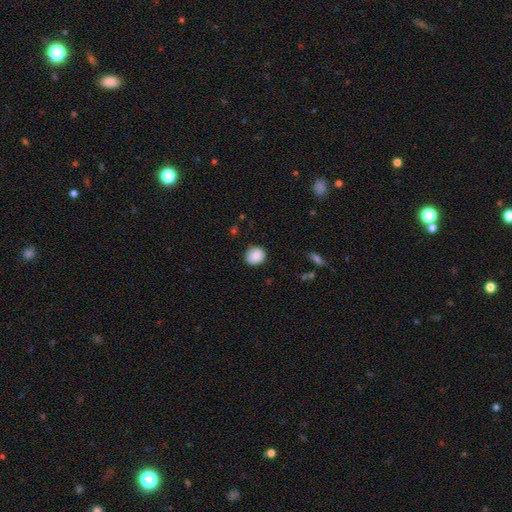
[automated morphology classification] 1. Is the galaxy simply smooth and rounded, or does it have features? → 88% smooth, 8% star or artifact, 4% featured or disk.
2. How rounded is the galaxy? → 83% round, 17% in between, 1% cigar-shaped.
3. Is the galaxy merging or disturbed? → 88% none, 9% minor disturbance, 2% major disturbance, 1% merger.